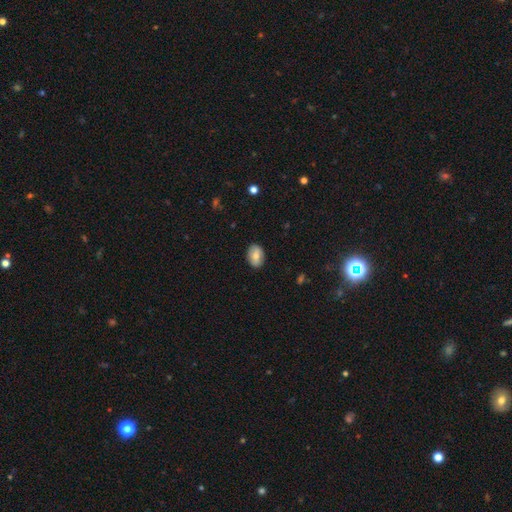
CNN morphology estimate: type=smooth (70%); roundness=in between (84%); merging=none (86%).